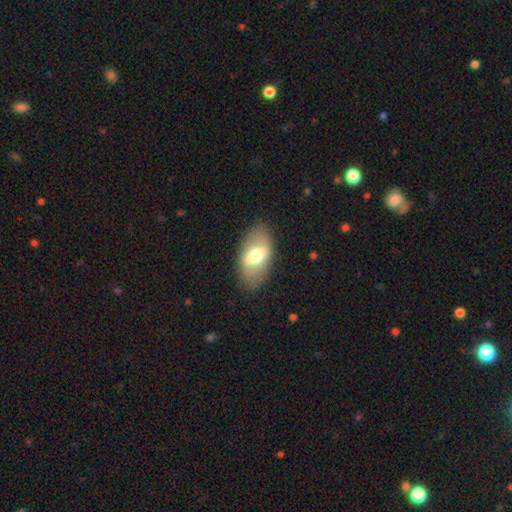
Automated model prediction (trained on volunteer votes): Smooth or featured? smooth (53%)
How rounded? in between (91%)
Merging? none (83%)